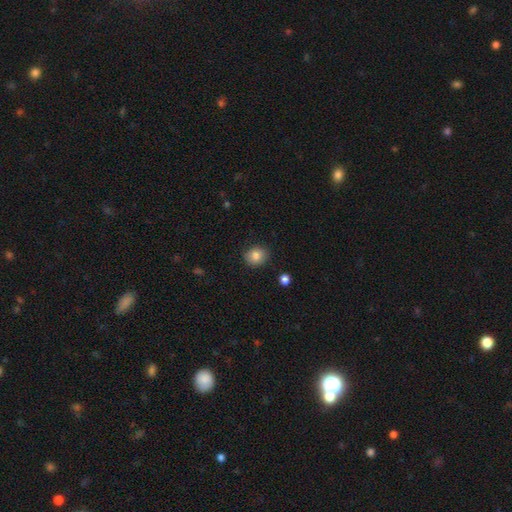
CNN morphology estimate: Smooth or featured?
  - smooth: 84% *
  - star or artifact: 9%
  - featured or disk: 7%
How rounded?
  - round: 69% *
  - in between: 30%
  - cigar-shaped: 1%
Merging?
  - none: 86% *
  - minor disturbance: 10%
  - major disturbance: 2%
  - merger: 1%